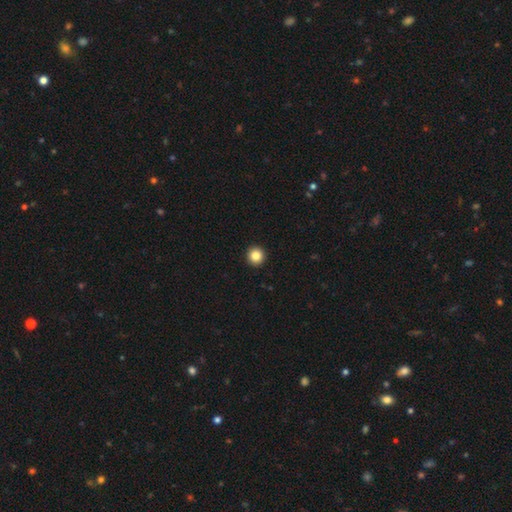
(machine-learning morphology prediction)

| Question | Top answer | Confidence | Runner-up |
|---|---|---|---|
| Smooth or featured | smooth | 85% | star or artifact (10%) |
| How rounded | round | 96% | in between (3%) |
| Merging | none | 94% | minor disturbance (4%) |